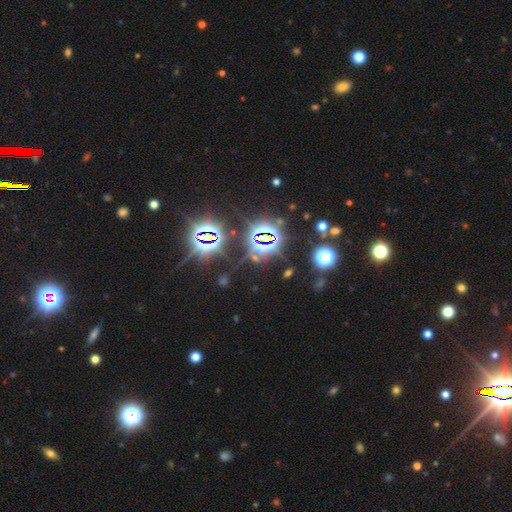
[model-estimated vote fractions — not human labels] star or artifact 83%, smooth 9%, featured or disk 8%.